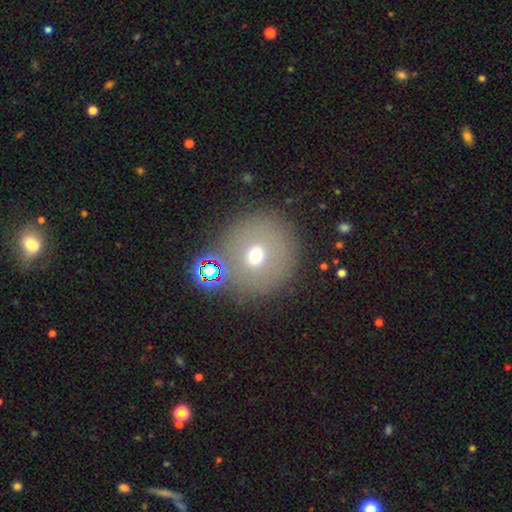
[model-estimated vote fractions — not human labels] The model was most divided on "smooth or featured": smooth: 64%, star or artifact: 20%, featured or disk: 17%. More confident: how rounded — round (90%); merging — none (79%).